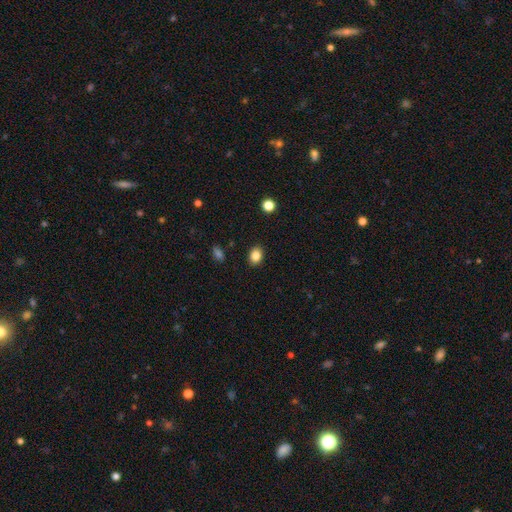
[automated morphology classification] A smooth galaxy with no disk features (85%) that is in between round and cigar-shaped (64%). Merging: none (89%).